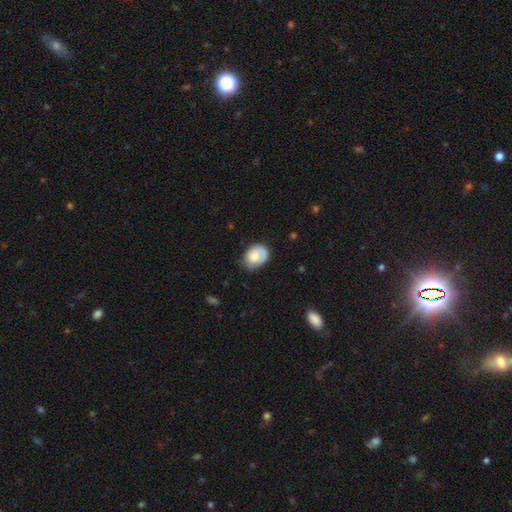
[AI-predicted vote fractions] smooth 68%, featured or disk 26%, star or artifact 7%. Down the decision tree: how rounded — in between (57%); merging — none (60%).